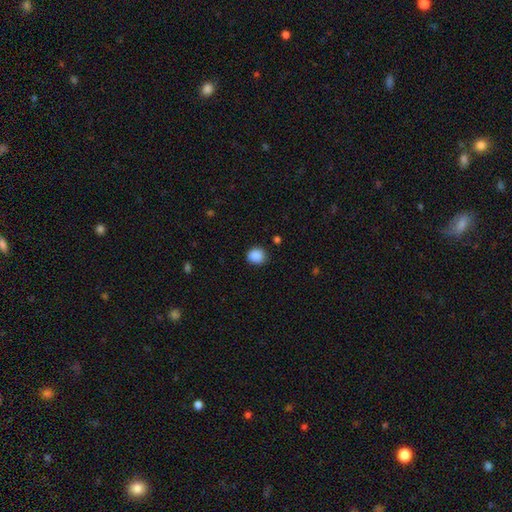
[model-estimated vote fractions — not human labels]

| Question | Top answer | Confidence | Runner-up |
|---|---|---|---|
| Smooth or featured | smooth | 88% | star or artifact (9%) |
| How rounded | round | 84% | in between (15%) |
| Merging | none | 87% | minor disturbance (9%) |